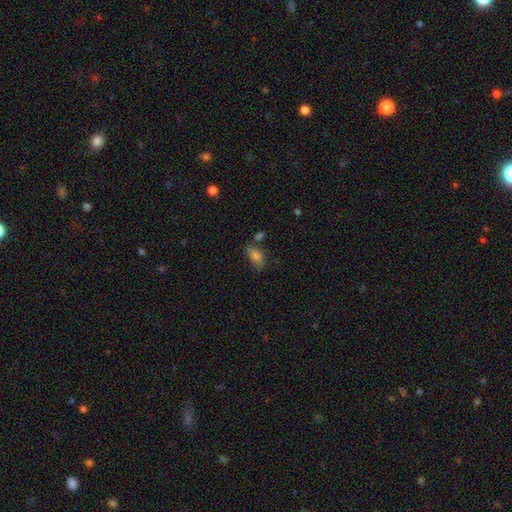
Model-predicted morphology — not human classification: Smooth or featured: smooth — 78% (star or artifact — 11%)
How rounded: in between — 87% (round — 7%)
Merging: none — 54% (minor disturbance — 27%)